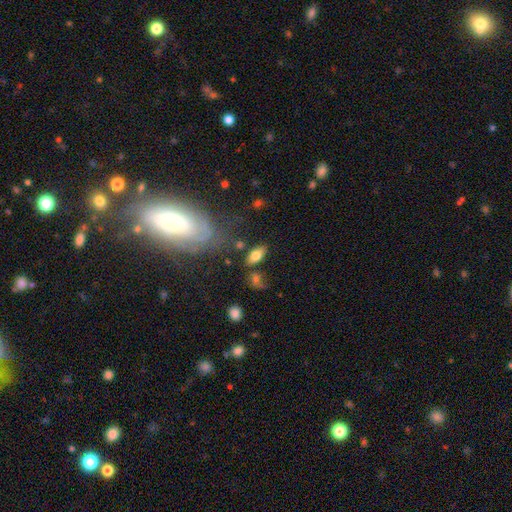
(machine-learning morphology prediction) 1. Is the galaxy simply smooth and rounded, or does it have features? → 73% smooth, 18% featured or disk, 8% star or artifact.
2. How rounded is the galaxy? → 87% in between, 8% cigar-shaped, 4% round.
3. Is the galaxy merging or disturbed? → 74% none, 14% minor disturbance, 7% merger, 5% major disturbance.